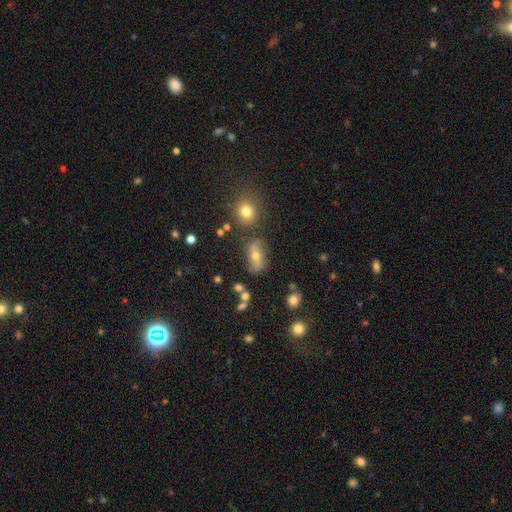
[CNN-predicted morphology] Smooth or featured?
  - smooth: 53% *
  - featured or disk: 34%
  - star or artifact: 13%
How rounded?
  - in between: 77% *
  - round: 15%
  - cigar-shaped: 8%
Merging?
  - none: 68% *
  - minor disturbance: 17%
  - merger: 8%
  - major disturbance: 7%